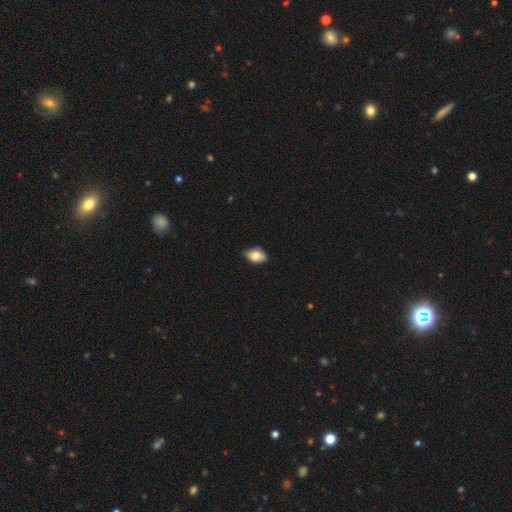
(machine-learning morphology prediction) Smooth or featured?
  - smooth: 76% *
  - featured or disk: 16%
  - star or artifact: 8%
How rounded?
  - in between: 87% *
  - round: 10%
  - cigar-shaped: 2%
Merging?
  - none: 70% *
  - minor disturbance: 25%
  - major disturbance: 3%
  - merger: 1%